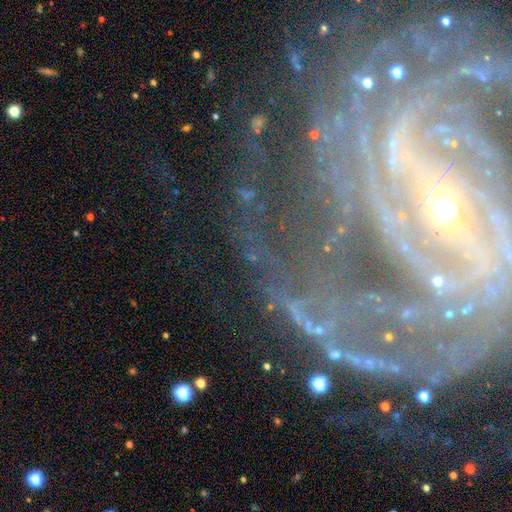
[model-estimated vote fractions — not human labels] This is possibly a featured or disk galaxy (60%). It is clearly not viewed edge-on (89%). Bar: marginally no (36%). Spiral arm pattern: clearly yes (89%). Central bulge: likely small (61%). Merging: likely none (67%).